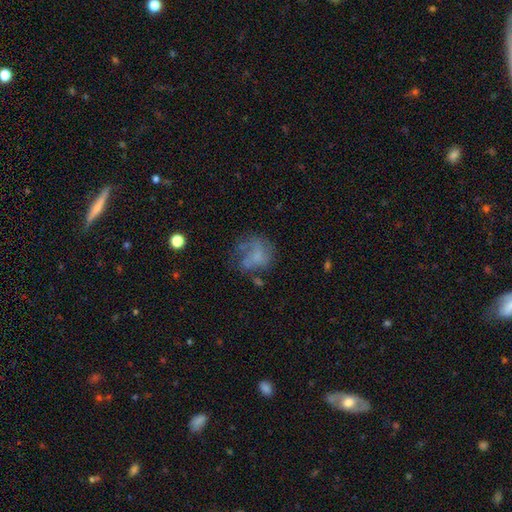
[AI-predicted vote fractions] smooth-or-featured: featured or disk: 45% | smooth: 42% | star or artifact: 13%
  merging: none: 38% | major disturbance: 34% | minor disturbance: 22% | merger: 6%